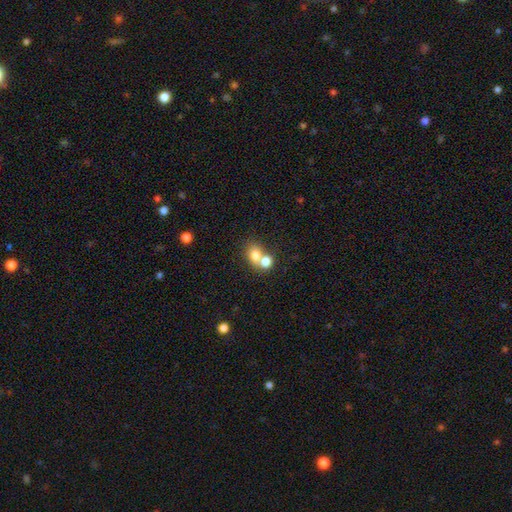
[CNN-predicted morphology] A smooth galaxy with no disk features (75%) that is round (54%).

Vote fractions:
- Smooth or featured? smooth: 75% / featured or disk: 14% / star or artifact: 11%
- How rounded? round: 54% / in between: 45% / cigar-shaped: 1%
- Merging? merger: 59% / none: 31% / minor disturbance: 7% / major disturbance: 3%